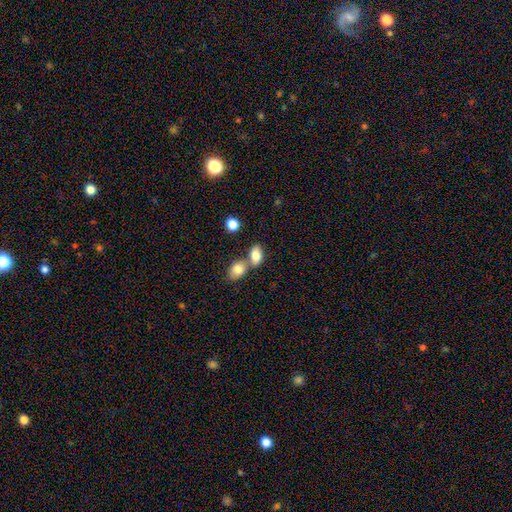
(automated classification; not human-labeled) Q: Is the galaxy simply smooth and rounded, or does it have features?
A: smooth — 82%.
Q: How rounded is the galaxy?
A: in between — 85%.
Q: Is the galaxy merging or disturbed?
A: merger — 48%.